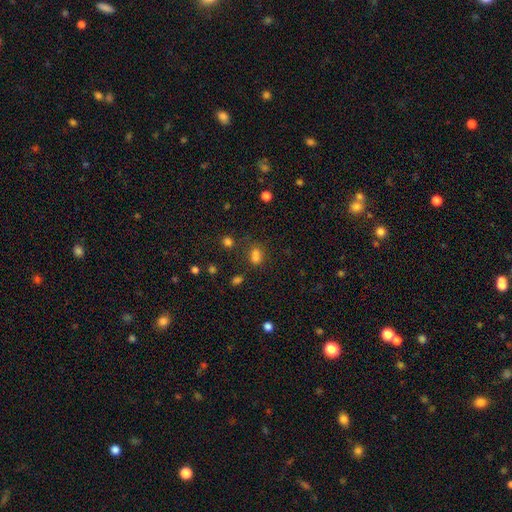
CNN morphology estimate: Smooth or featured?
  - smooth: 71% *
  - star or artifact: 20%
  - featured or disk: 9%
How rounded?
  - in between: 63% *
  - round: 35%
  - cigar-shaped: 3%
Merging?
  - none: 45% *
  - merger: 34%
  - minor disturbance: 14%
  - major disturbance: 7%